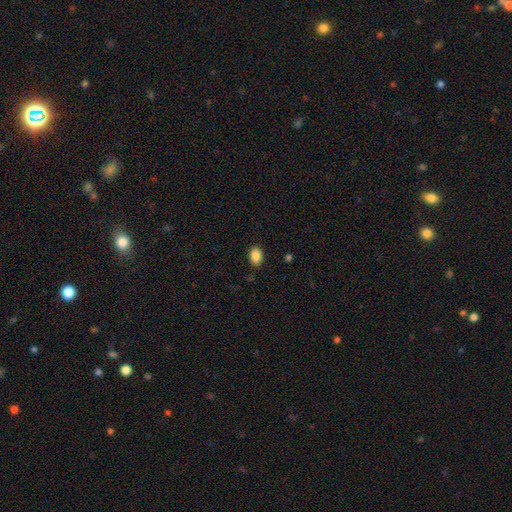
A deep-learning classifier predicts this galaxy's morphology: A smooth galaxy with no disk features (87%) that is in between round and cigar-shaped (80%). Merging: none (87%).